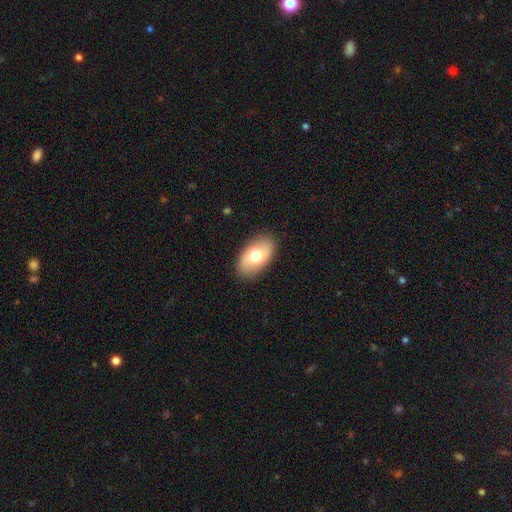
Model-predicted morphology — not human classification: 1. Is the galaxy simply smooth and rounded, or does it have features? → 70% smooth, 23% featured or disk, 6% star or artifact.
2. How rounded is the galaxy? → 93% in between, 6% round, 2% cigar-shaped.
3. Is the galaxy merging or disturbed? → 87% none, 10% minor disturbance, 3% major disturbance, 1% merger.